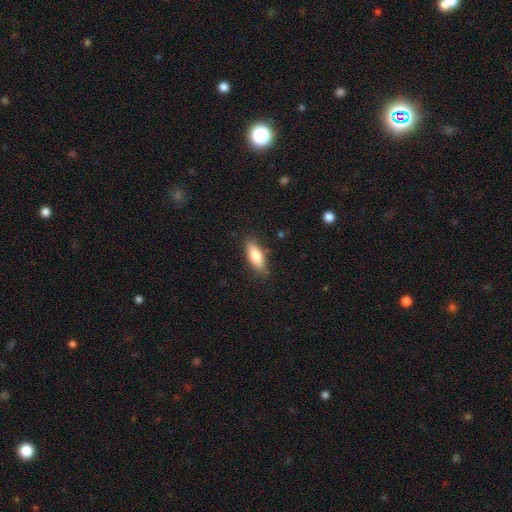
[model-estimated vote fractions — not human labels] smooth 80%, featured or disk 14%, star or artifact 6%. Down the decision tree: how rounded — in between (70%); merging — none (83%).